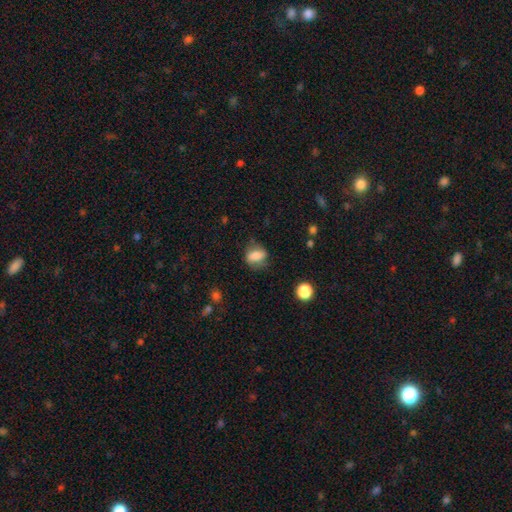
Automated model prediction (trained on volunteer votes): This is likely a smooth galaxy (73%). How rounded: likely in between (61%). Merging: likely none (68%).